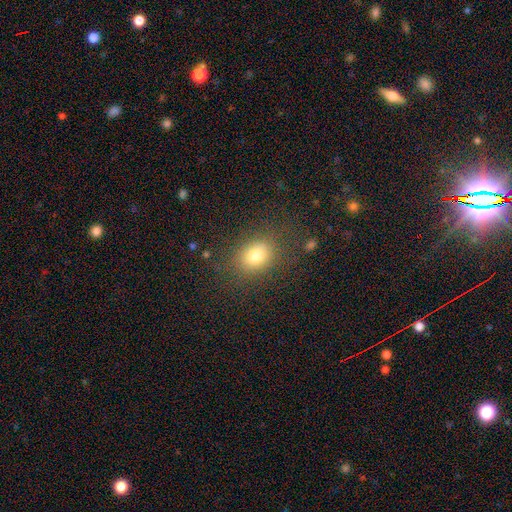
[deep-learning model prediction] Smooth or featured? smooth (77%)
How rounded? in between (55%)
Merging? none (79%)